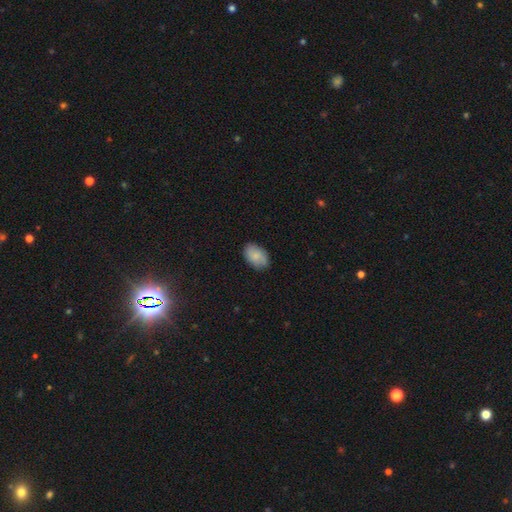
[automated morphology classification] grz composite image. It shows a smooth galaxy with no disk features (82%) that is in between round and cigar-shaped (89%). Merging: none (83%).